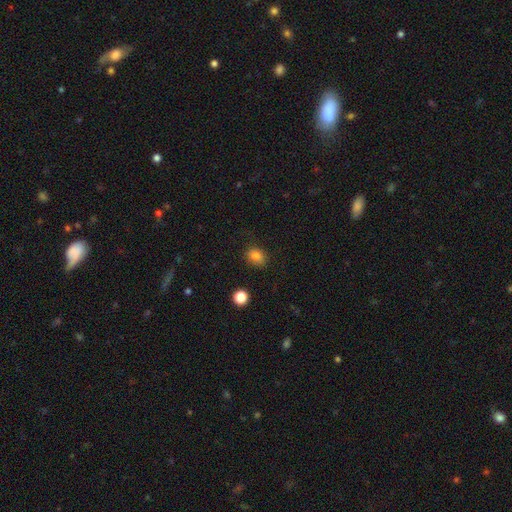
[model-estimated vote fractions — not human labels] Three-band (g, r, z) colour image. It shows a smooth galaxy with no disk features (82%) that is in between round and cigar-shaped (54%). Merging: none (84%).